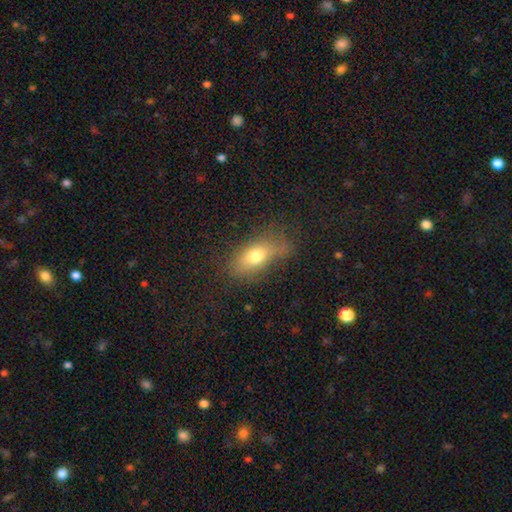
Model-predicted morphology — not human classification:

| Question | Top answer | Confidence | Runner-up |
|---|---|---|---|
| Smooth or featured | smooth | 72% | featured or disk (18%) |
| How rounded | in between | 82% | round (9%) |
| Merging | none | 58% | minor disturbance (26%) |